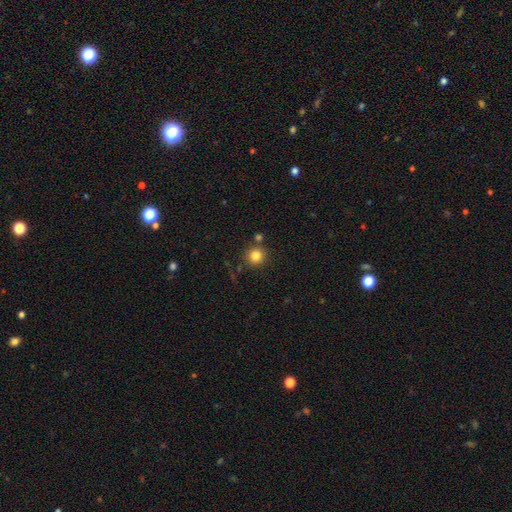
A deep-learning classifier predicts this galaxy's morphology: The model was most divided on "smooth or featured": smooth: 83%, star or artifact: 12%, featured or disk: 6%. More confident: how rounded — round (94%); merging — none (82%).